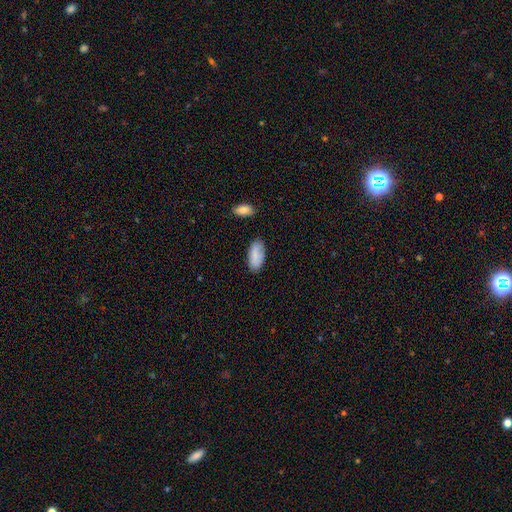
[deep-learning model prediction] Overall: smooth (84%). How rounded: in between (92%). Merging: none (79%).